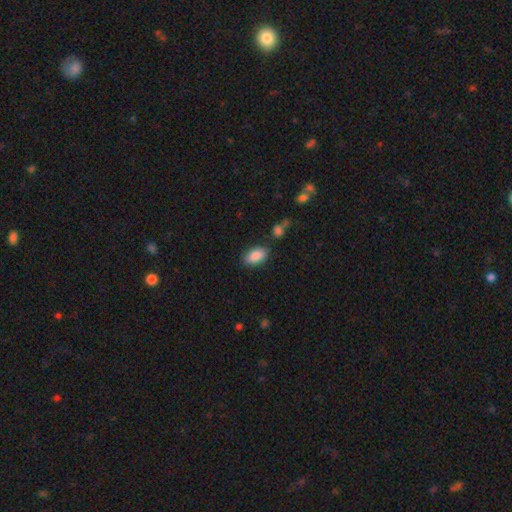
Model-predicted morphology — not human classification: smooth_or_featured: smooth (p=0.88) [alt: star or artifact p=0.07]
how_rounded: in between (p=0.92) [alt: round p=0.05]
merging: none (p=0.79) [alt: minor disturbance p=0.13]